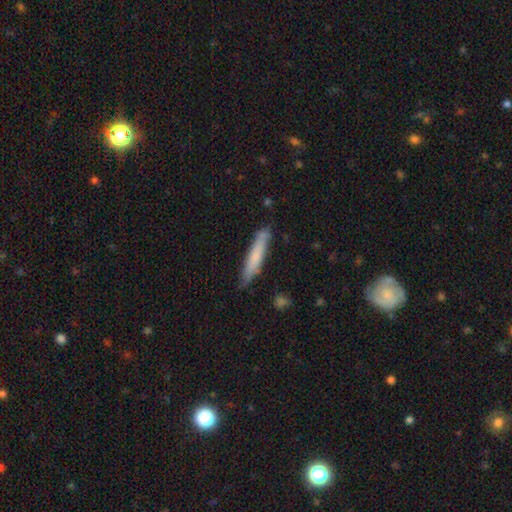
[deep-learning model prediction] The model was most divided on "smooth or featured": smooth: 72%, featured or disk: 23%, star or artifact: 6%. More confident: how rounded — cigar-shaped (91%); merging — none (83%).